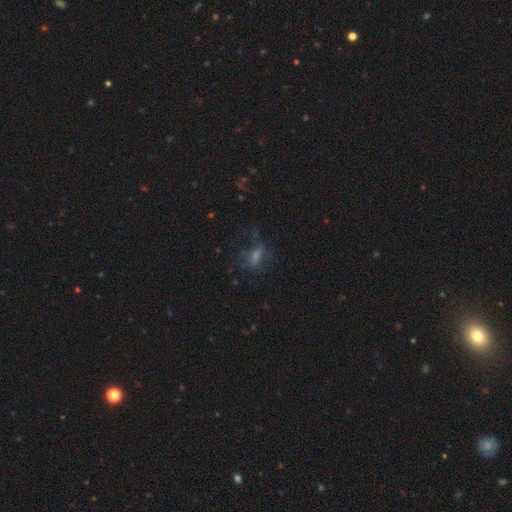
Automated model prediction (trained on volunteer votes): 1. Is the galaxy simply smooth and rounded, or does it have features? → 38% smooth, 31% star or artifact, 31% featured or disk.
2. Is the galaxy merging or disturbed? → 50% none, 28% major disturbance, 19% minor disturbance, 3% merger.